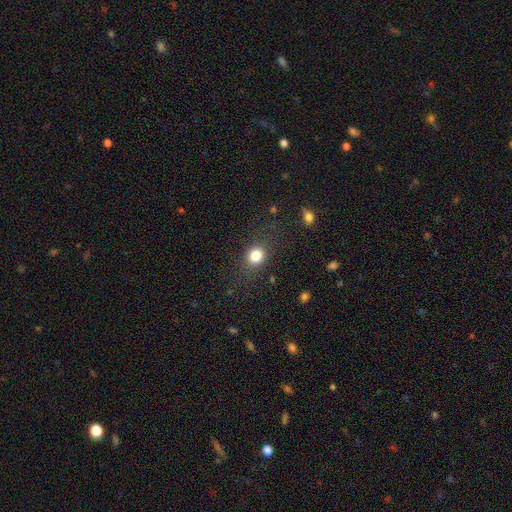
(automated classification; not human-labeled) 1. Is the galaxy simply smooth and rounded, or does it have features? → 82% smooth, 12% star or artifact, 7% featured or disk.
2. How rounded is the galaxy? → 63% round, 35% in between, 1% cigar-shaped.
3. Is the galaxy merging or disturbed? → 79% none, 13% minor disturbance, 6% major disturbance, 2% merger.